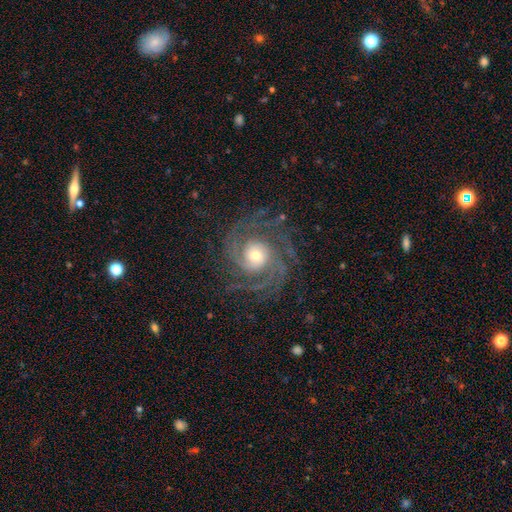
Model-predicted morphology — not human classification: This is clearly a featured or disk galaxy (90%). It is clearly not viewed edge-on (98%). Bar: likely no (74%). Spiral arm pattern: clearly yes (98%). Spiral arm count: marginally 3 (29%). Spiral winding: possibly tight (57%). Central bulge: possibly moderate (50%). Merging: likely none (75%).